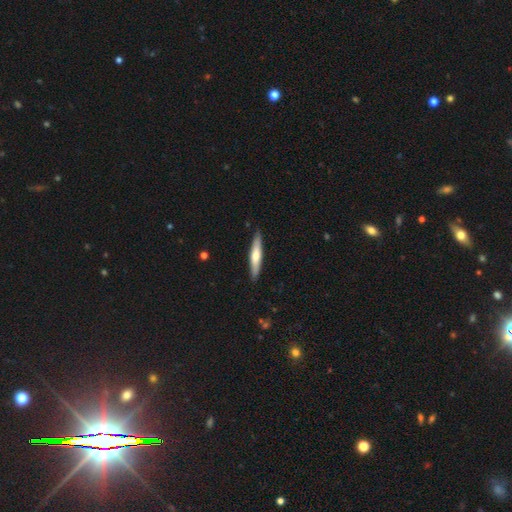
Smooth or featured: smooth — 58% (featured or disk — 42%)
How rounded: cigar-shaped — 91% (in between — 9%)
Merging: none — 92% (minor disturbance — 8%)